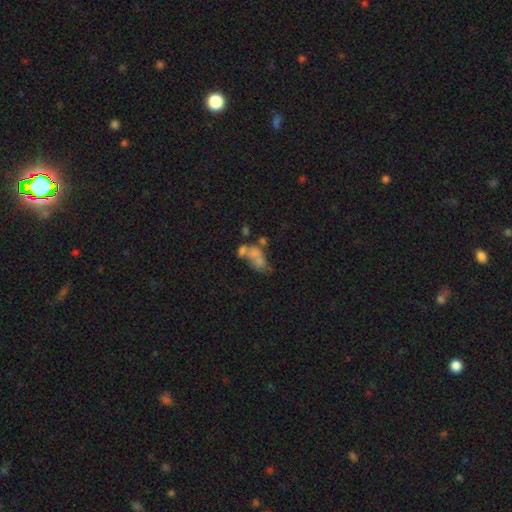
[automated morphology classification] A smooth galaxy with no disk features (51%) that is in between round and cigar-shaped (81%).

Vote fractions:
- Smooth or featured? smooth: 51% / featured or disk: 35% / star or artifact: 14%
- How rounded? in between: 81% / round: 14% / cigar-shaped: 5%
- Merging? merger: 55% / none: 18% / major disturbance: 16% / minor disturbance: 11%